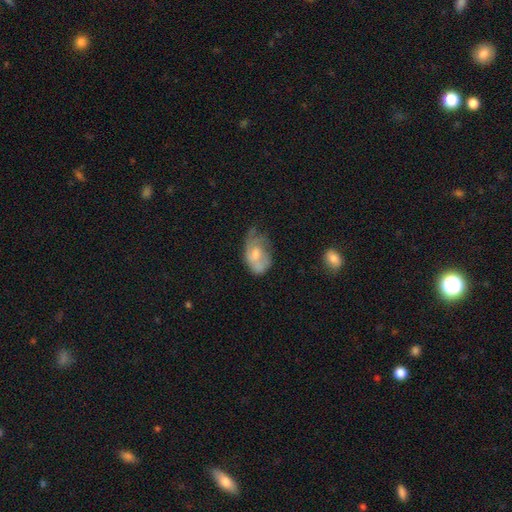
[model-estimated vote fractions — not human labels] smooth 49%, featured or disk 44%, star or artifact 8%. Down the decision tree: merging — minor disturbance (37%).